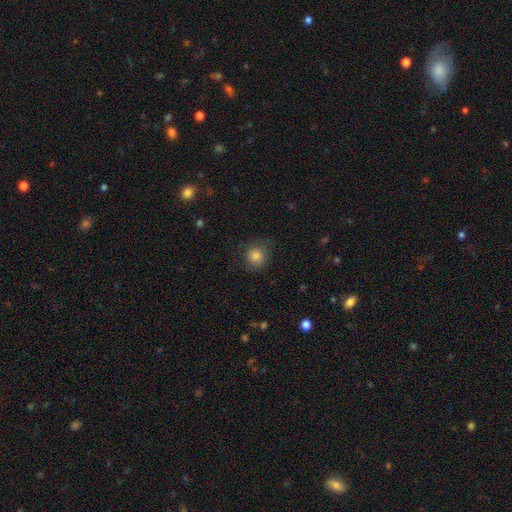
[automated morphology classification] smooth-or-featured: smooth: 83% | star or artifact: 11% | featured or disk: 6%
  how-rounded: round: 90% | in between: 9% | cigar-shaped: 1%
  merging: none: 81% | minor disturbance: 13% | major disturbance: 5% | merger: 1%